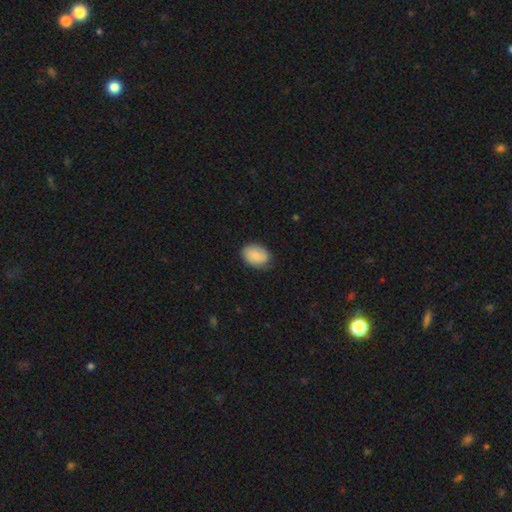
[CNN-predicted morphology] smooth 80%, featured or disk 13%, star or artifact 7%. Down the decision tree: how rounded — in between (78%); merging — none (77%).